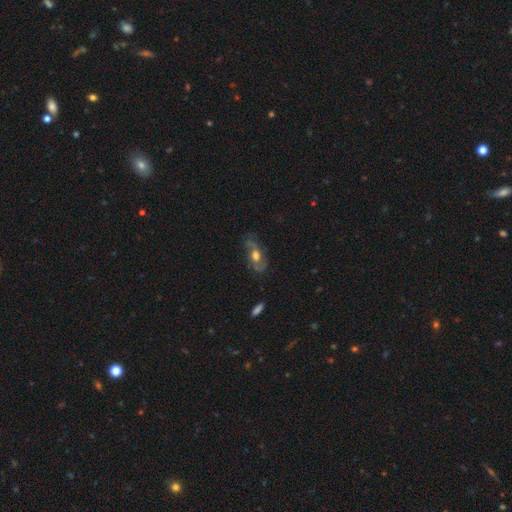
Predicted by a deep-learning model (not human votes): A featured or disk galaxy (64%) with no bar (66%), spiral arms (79%) and a moderate central bulge (56%). Merging: none (60%).